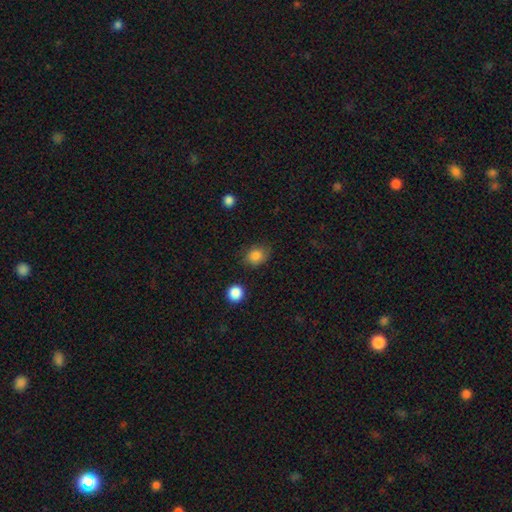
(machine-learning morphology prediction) This is clearly a smooth galaxy (84%). How rounded: possibly round (55%). Merging: likely none (76%).